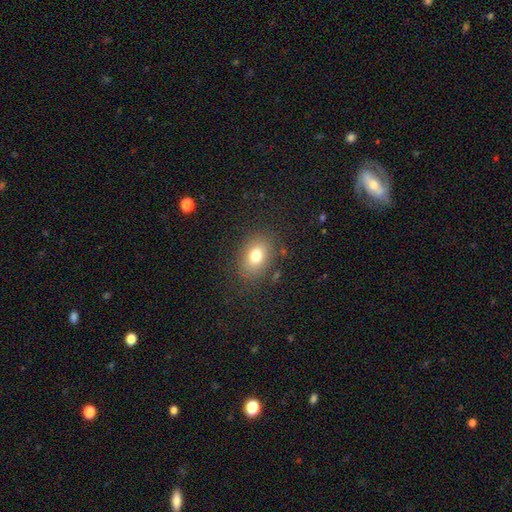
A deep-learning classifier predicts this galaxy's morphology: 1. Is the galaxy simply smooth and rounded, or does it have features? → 78% smooth, 11% featured or disk, 11% star or artifact.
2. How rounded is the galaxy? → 75% in between, 24% round, 1% cigar-shaped.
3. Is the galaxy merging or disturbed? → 83% none, 11% minor disturbance, 4% major disturbance, 2% merger.